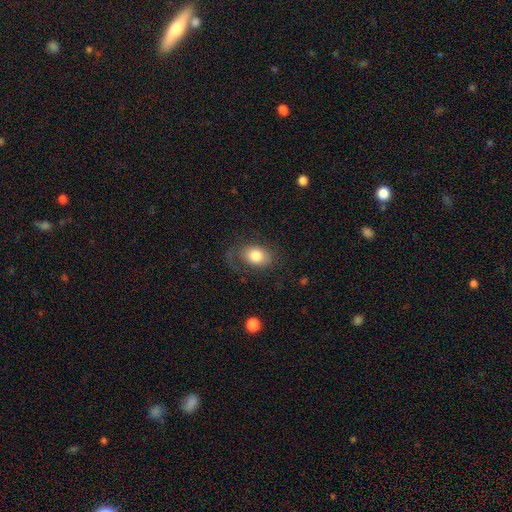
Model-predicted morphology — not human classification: Smooth or featured? Predicted: smooth (p=0.72). How rounded? Predicted: in between (p=0.76). Merging? Predicted: none (p=0.60).